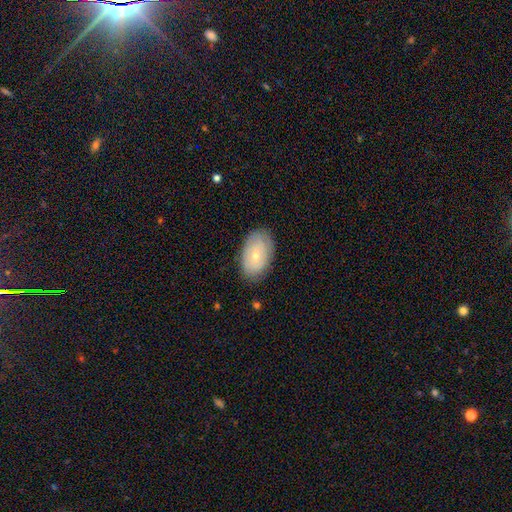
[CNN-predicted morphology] A smooth galaxy with no disk features (62%) that is in between round and cigar-shaped (91%).

Vote fractions:
- Smooth or featured? smooth: 62% / featured or disk: 32% / star or artifact: 7%
- How rounded? in between: 91% / round: 8% / cigar-shaped: 1%
- Merging? none: 81% / minor disturbance: 14% / major disturbance: 3% / merger: 1%